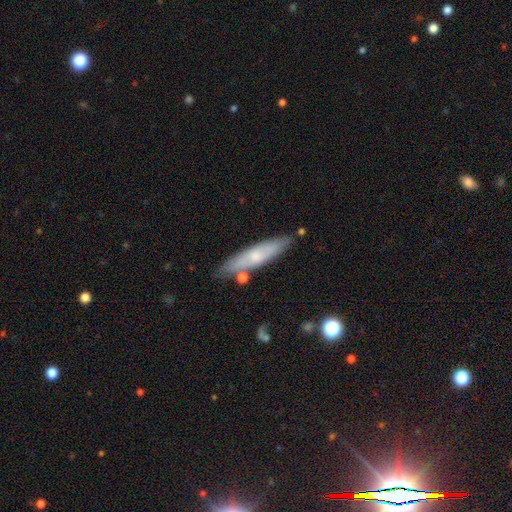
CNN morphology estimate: This appears to be a smooth galaxy with no disk features (57%) that is cigar-shaped (81%). Merging: none (79%).